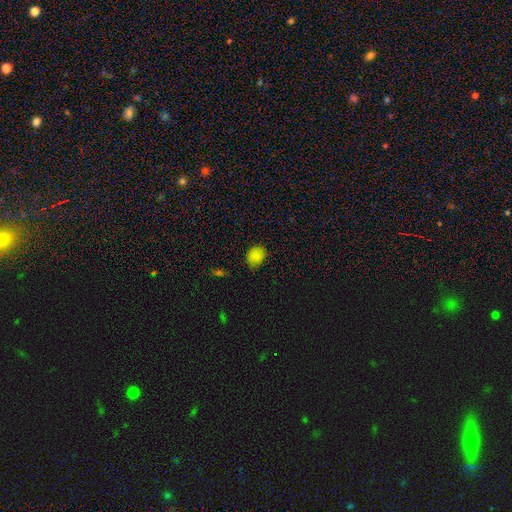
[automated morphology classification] This is clearly a smooth galaxy (83%). How rounded: possibly in between (52%). Merging: likely none (75%).